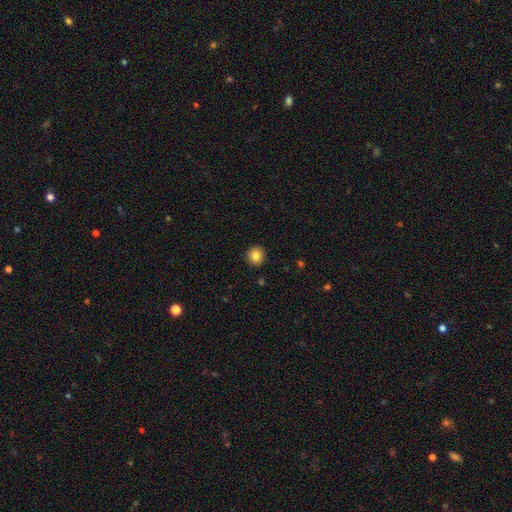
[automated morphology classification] Smooth or featured? smooth (83%)
How rounded? round (92%)
Merging? none (92%)